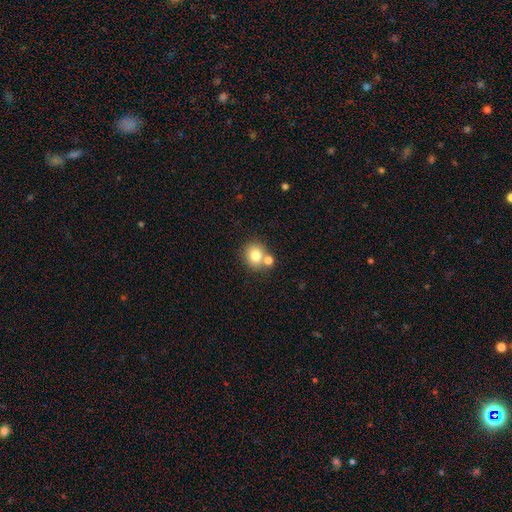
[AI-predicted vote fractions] Smooth or featured: smooth — 78% (featured or disk — 11%)
How rounded: round — 82% (in between — 17%)
Merging: none — 59% (merger — 29%)